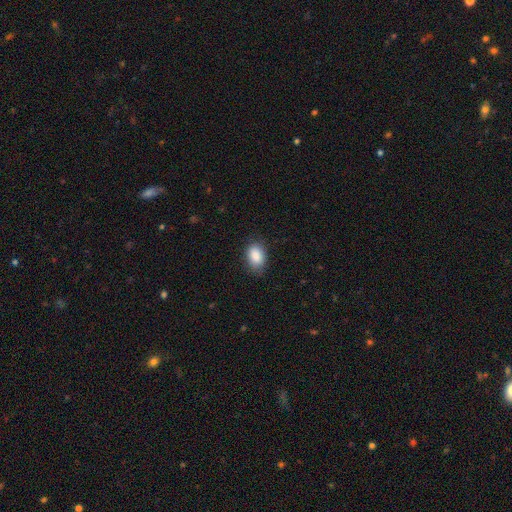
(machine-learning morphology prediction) Overall: smooth (87%). How rounded: in between (85%). Merging: none (78%).